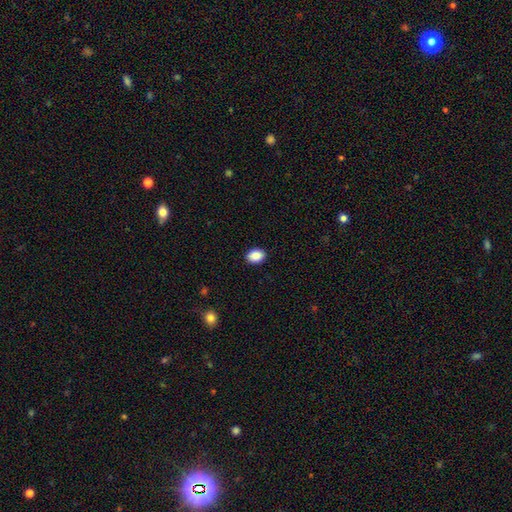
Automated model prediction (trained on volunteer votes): Q: Smooth or featured?
A: smooth (90%); runner-up: star or artifact (8%)
Q: How rounded?
A: in between (69%); runner-up: round (30%)
Q: Merging?
A: none (91%); runner-up: minor disturbance (7%)